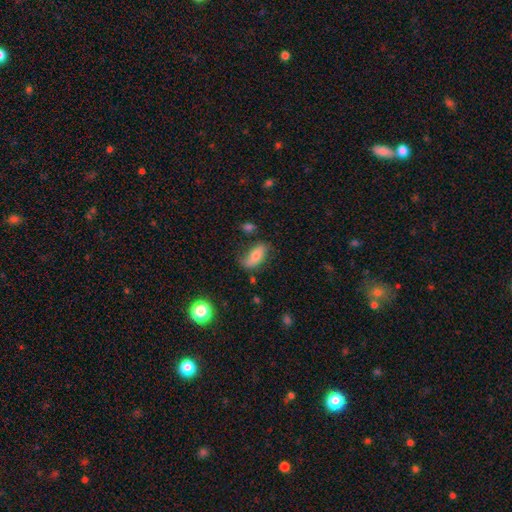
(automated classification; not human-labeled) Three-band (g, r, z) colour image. It shows a smooth galaxy with no disk features (66%) that is in between round and cigar-shaped (86%). Merging: none (53%).